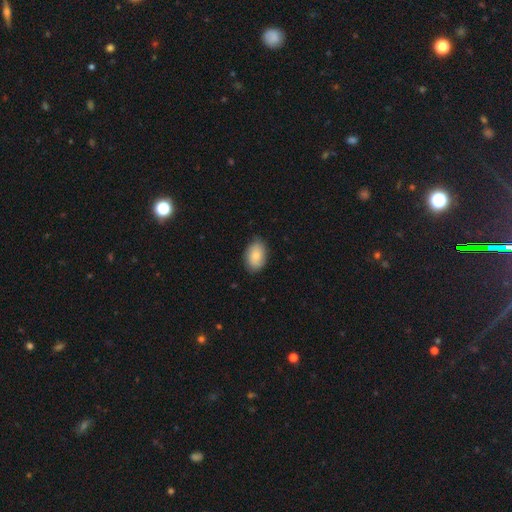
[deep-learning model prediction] A smooth galaxy with no disk features (83%) that is in between round and cigar-shaped (87%).

Vote fractions:
- Smooth or featured? smooth: 83% / featured or disk: 10% / star or artifact: 6%
- How rounded? in between: 87% / round: 12% / cigar-shaped: 1%
- Merging? none: 84% / minor disturbance: 13% / major disturbance: 2% / merger: 1%